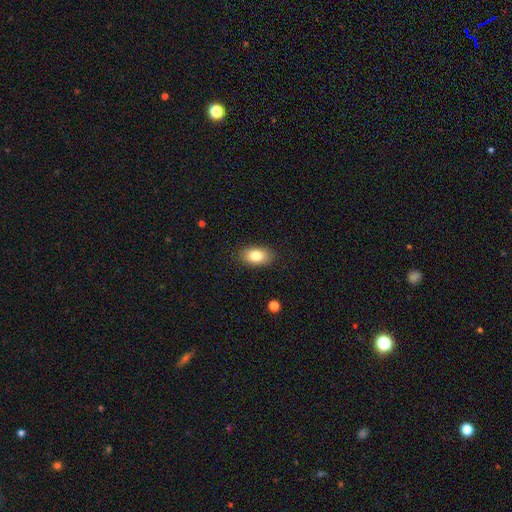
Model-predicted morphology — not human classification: smooth_or_featured: smooth (p=0.81) [alt: featured or disk p=0.10]
how_rounded: in between (p=0.88) [alt: round p=0.10]
merging: none (p=0.87) [alt: minor disturbance p=0.09]